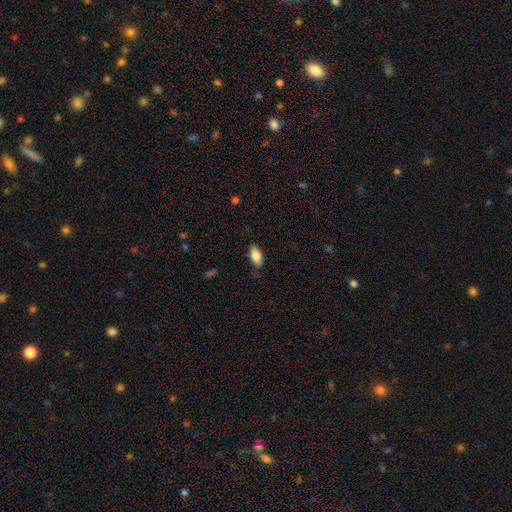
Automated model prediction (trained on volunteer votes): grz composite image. It shows a smooth galaxy with no disk features (81%) that is in between round and cigar-shaped (89%). Merging: none (82%).